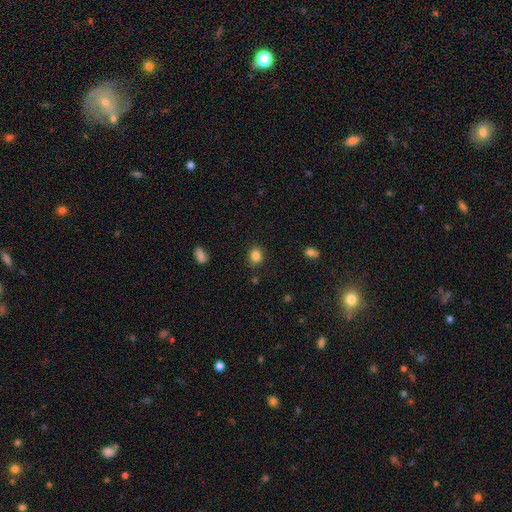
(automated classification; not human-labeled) Smooth or featured? smooth (85%)
How rounded? round (58%)
Merging? none (86%)